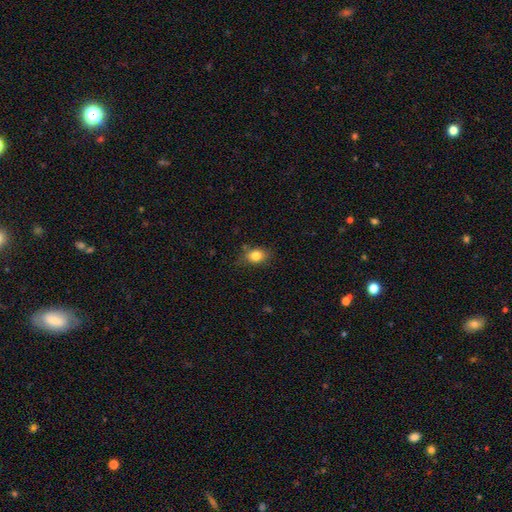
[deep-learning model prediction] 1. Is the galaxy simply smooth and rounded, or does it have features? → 82% smooth, 10% star or artifact, 8% featured or disk.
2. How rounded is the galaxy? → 57% in between, 42% round, 1% cigar-shaped.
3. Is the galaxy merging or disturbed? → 75% none, 18% minor disturbance, 4% major disturbance, 2% merger.